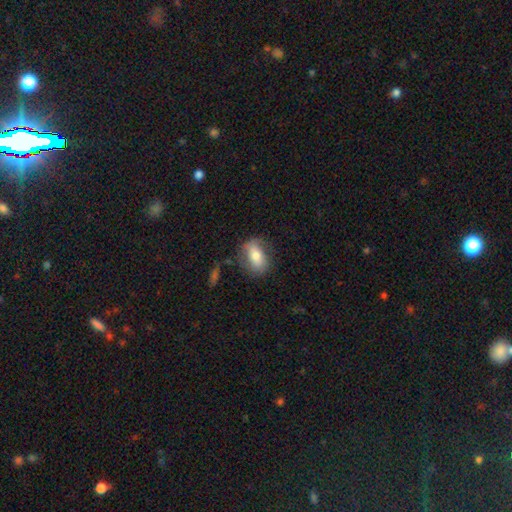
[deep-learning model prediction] Q: Smooth or featured?
A: smooth (64%); runner-up: featured or disk (29%)
Q: How rounded?
A: in between (80%); runner-up: round (17%)
Q: Merging?
A: none (68%); runner-up: minor disturbance (20%)